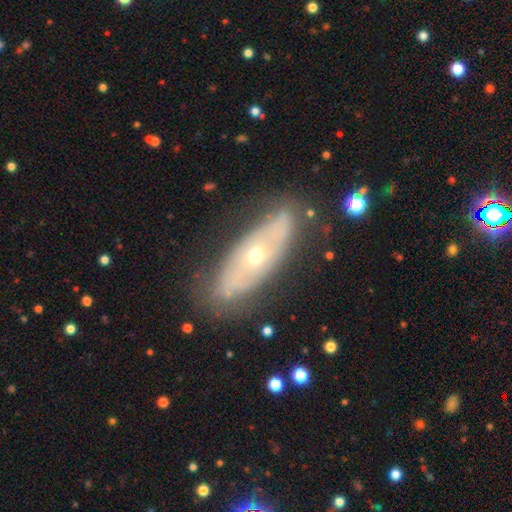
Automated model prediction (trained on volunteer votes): smooth-or-featured: featured or disk: 64% | smooth: 29% | star or artifact: 7%
  disk-edge-on: no: 74% | yes: 26%
  merging: none: 79% | minor disturbance: 14% | major disturbance: 5% | merger: 2%